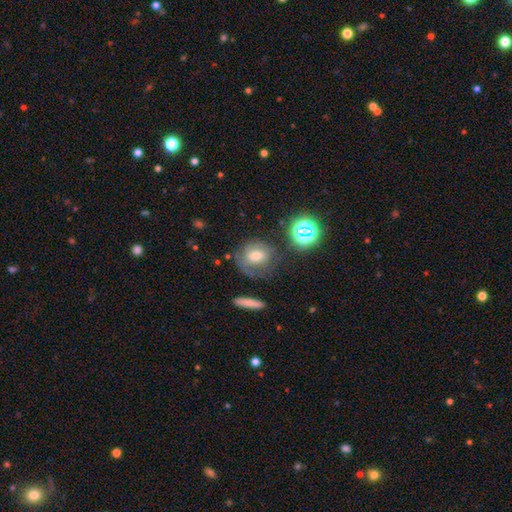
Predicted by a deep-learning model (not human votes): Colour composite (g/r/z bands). It shows a smooth galaxy with no disk features (47%). Merging: none (56%).